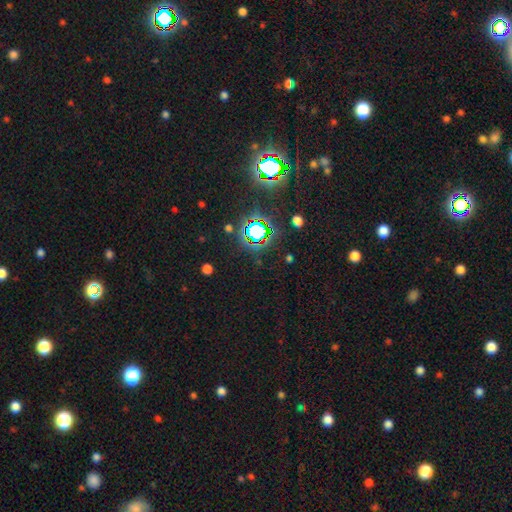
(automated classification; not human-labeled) Smooth or featured? star or artifact (80%)